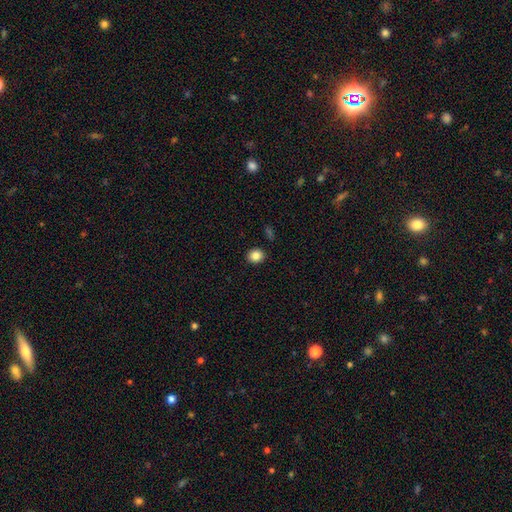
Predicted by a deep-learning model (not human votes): This is clearly a smooth galaxy (85%). How rounded: likely round (71%). Merging: clearly none (90%).